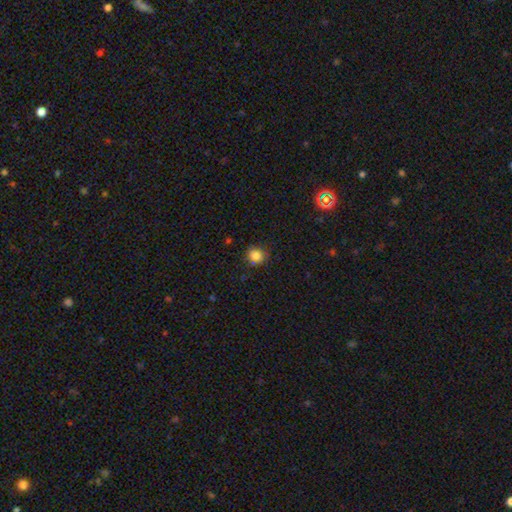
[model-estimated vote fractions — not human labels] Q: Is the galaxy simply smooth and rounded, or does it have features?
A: smooth — 84%.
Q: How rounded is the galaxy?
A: round — 78%.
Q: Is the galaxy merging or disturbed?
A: none — 80%.